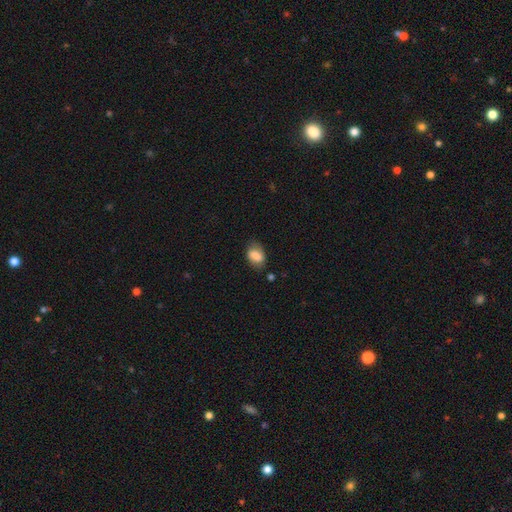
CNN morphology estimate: Smooth or featured? smooth (79%)
How rounded? in between (85%)
Merging? none (65%)